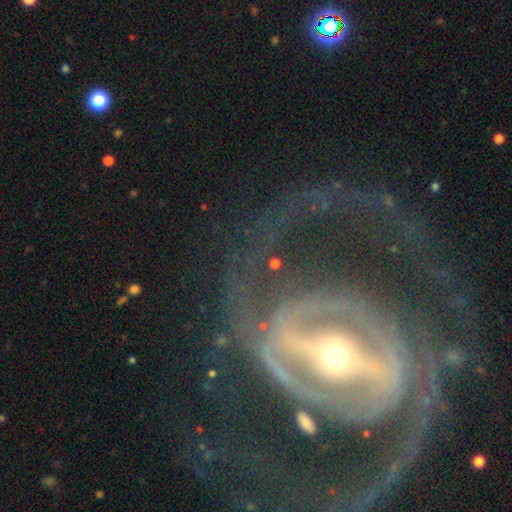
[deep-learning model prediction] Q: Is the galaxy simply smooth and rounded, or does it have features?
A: featured or disk — 88%.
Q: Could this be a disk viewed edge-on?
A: no — 93%.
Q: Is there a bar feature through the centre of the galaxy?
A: strong — 71%.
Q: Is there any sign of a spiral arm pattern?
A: yes — 84%.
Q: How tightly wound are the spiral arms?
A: medium — 42%.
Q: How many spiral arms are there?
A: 2 — 64%.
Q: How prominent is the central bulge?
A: moderate — 50%.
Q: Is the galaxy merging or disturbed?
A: none — 55%.